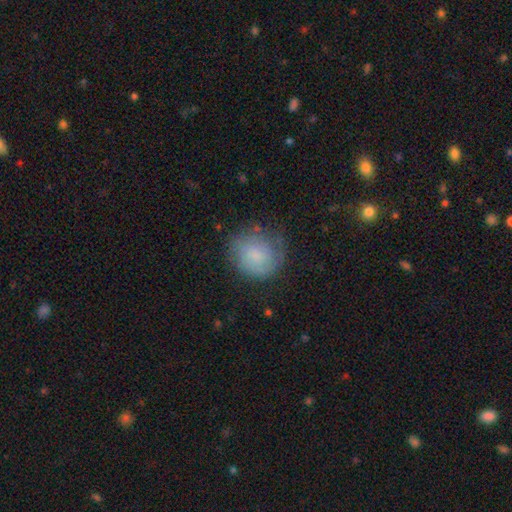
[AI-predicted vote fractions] Q: Smooth or featured?
A: smooth (61%); runner-up: featured or disk (31%)
Q: How rounded?
A: round (84%); runner-up: in between (15%)
Q: Merging?
A: none (68%); runner-up: minor disturbance (21%)